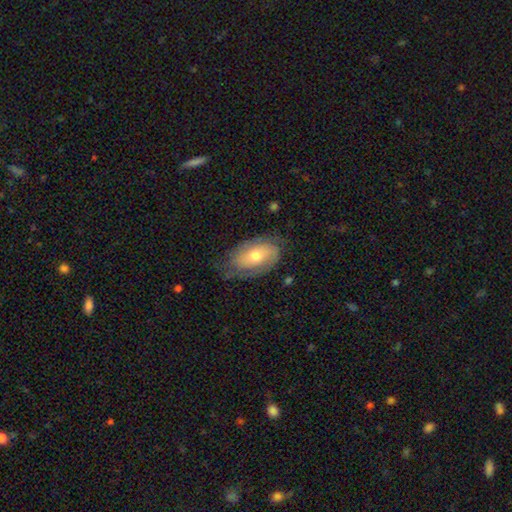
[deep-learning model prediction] Smooth or featured? featured or disk (51%)
Edge-on disk? no (91%)
Merging? none (67%)